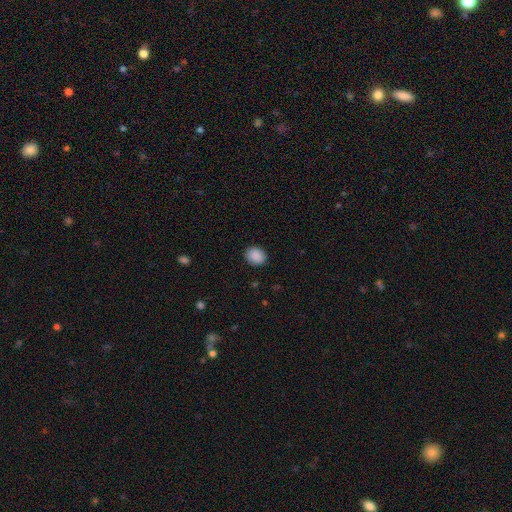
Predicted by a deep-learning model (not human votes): Smooth or featured?
  - smooth: 90% *
  - star or artifact: 8%
  - featured or disk: 2%
How rounded?
  - round: 59% *
  - in between: 40%
  - cigar-shaped: 1%
Merging?
  - none: 90% *
  - minor disturbance: 7%
  - major disturbance: 2%
  - merger: 1%